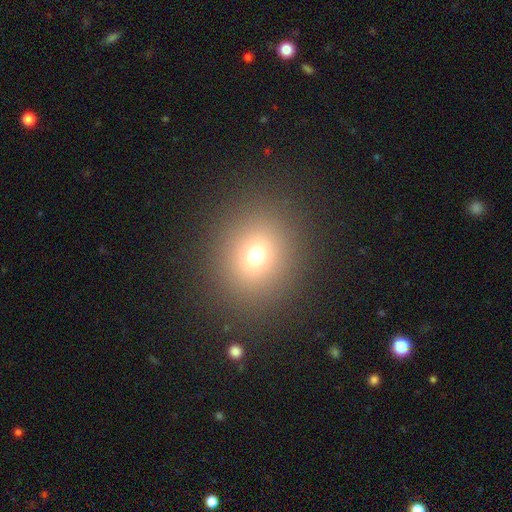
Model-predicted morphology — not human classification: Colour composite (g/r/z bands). It shows a smooth galaxy with no disk features (70%) that is round (79%). Merging: none (88%).